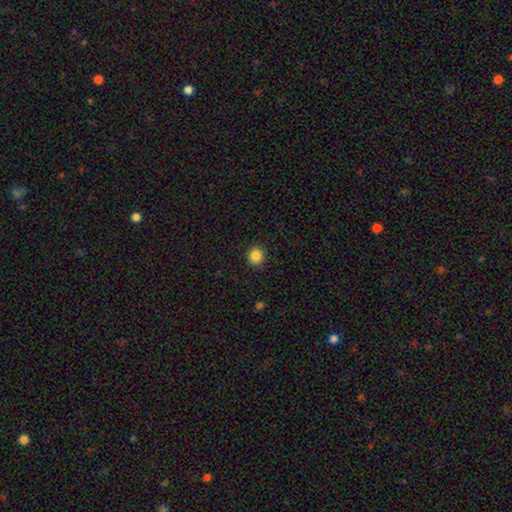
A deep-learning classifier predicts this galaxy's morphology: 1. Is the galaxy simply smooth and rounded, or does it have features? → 86% smooth, 10% star or artifact, 3% featured or disk.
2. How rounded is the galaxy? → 91% round, 8% in between, 1% cigar-shaped.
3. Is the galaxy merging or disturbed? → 90% none, 7% minor disturbance, 2% major disturbance, 1% merger.